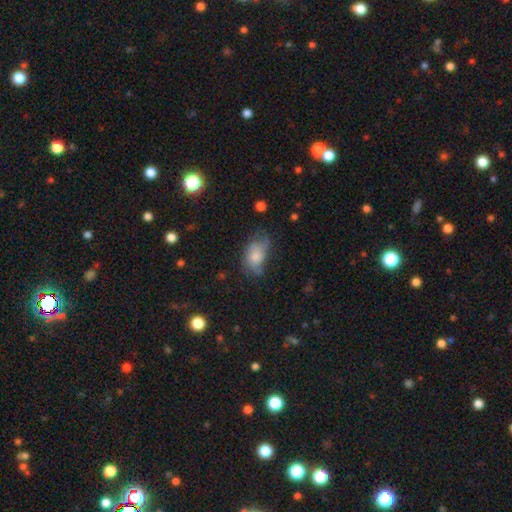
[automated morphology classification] Overall: smooth (55%; featured or disk 37%). How rounded: in between (87%). Merging: none (42%; minor disturbance 31%).